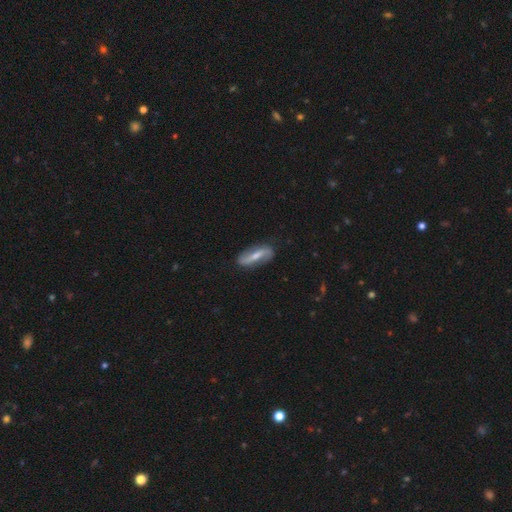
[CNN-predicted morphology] featured or disk 71%, smooth 23%, star or artifact 6%. Down the decision tree: edge-on disk — no (87%); bar — strong (49%); spiral arms — yes (88%); spiral arm count — 2 (90%); spiral winding — loose (66%); bulge size — small (45%); merging — none (82%).